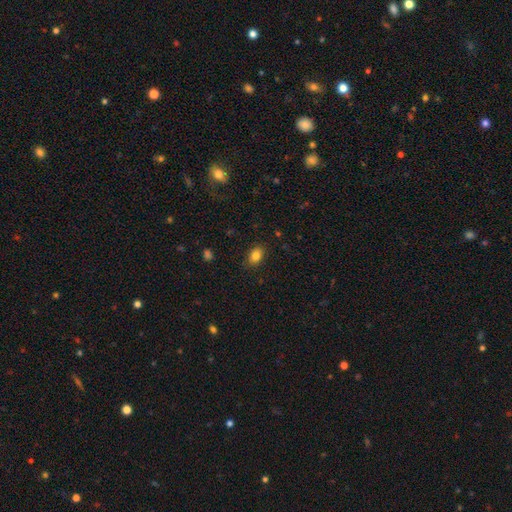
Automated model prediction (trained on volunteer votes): Smooth or featured: smooth — 84% (star or artifact — 9%)
How rounded: in between — 78% (round — 21%)
Merging: none — 85% (minor disturbance — 11%)